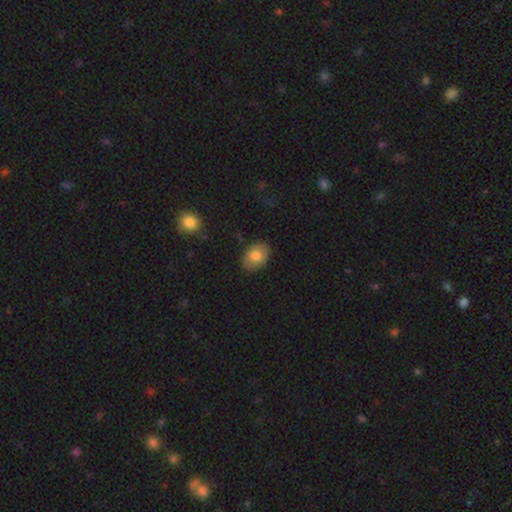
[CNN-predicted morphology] A smooth galaxy with no disk features (80%) that is in between round and cigar-shaped (77%).

Vote fractions:
- Smooth or featured? smooth: 80% / featured or disk: 13% / star or artifact: 8%
- How rounded? in between: 77% / round: 22% / cigar-shaped: 1%
- Merging? none: 86% / minor disturbance: 11% / major disturbance: 2% / merger: 1%